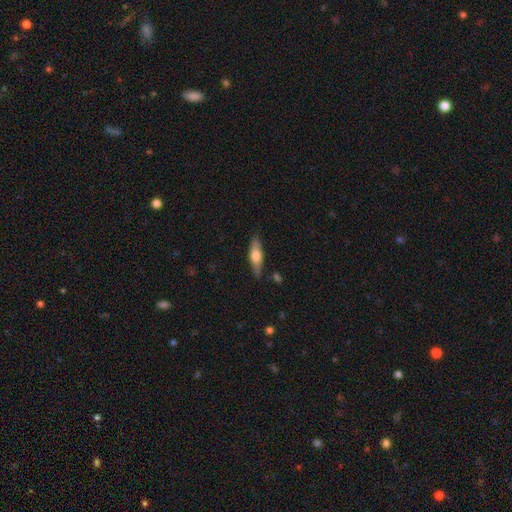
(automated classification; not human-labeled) Smooth or featured? smooth (52%)
How rounded? cigar-shaped (56%)
Merging? none (82%)